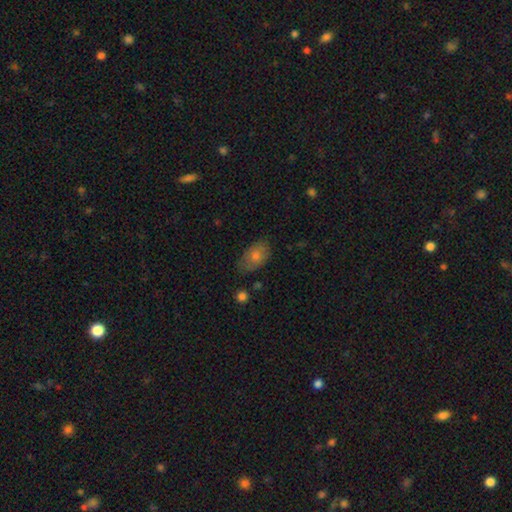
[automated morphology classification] smooth 72%, featured or disk 18%, star or artifact 9%. Down the decision tree: how rounded — in between (89%); merging — none (74%).